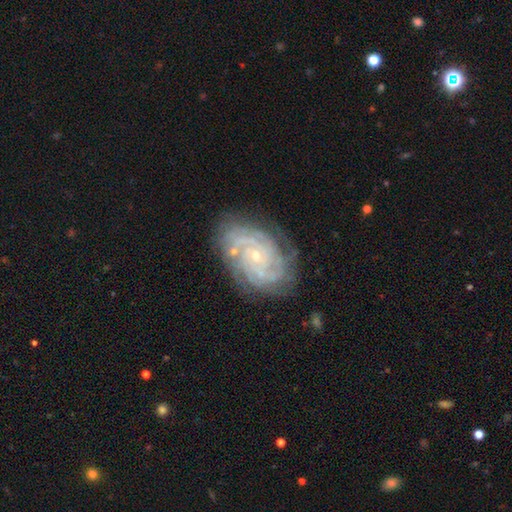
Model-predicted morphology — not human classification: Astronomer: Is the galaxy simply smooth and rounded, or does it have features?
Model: featured or disk — 87%.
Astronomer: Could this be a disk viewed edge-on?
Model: no — 97%.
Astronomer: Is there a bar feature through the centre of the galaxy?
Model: no — 76%.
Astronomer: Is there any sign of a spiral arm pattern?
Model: yes — 97%.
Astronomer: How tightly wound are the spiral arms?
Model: tight — 77%.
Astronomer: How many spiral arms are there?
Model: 4 — 25% (runner-up: can't tell, 23%).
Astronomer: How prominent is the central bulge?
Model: small — 82%.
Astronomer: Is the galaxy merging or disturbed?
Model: none — 77%.